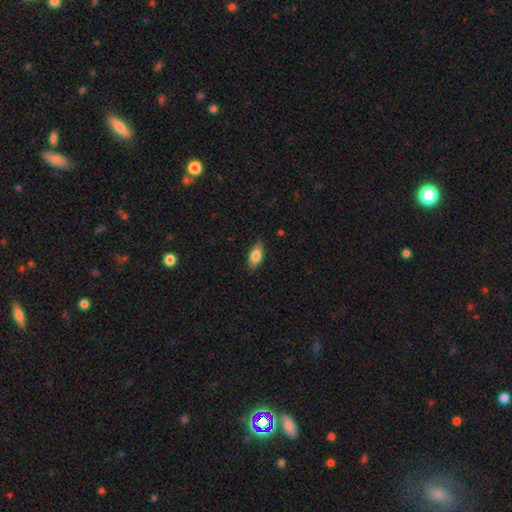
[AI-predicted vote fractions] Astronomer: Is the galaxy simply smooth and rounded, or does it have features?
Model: smooth — 79%.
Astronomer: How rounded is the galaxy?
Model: in between — 84%.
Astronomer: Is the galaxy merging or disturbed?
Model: none — 84%.